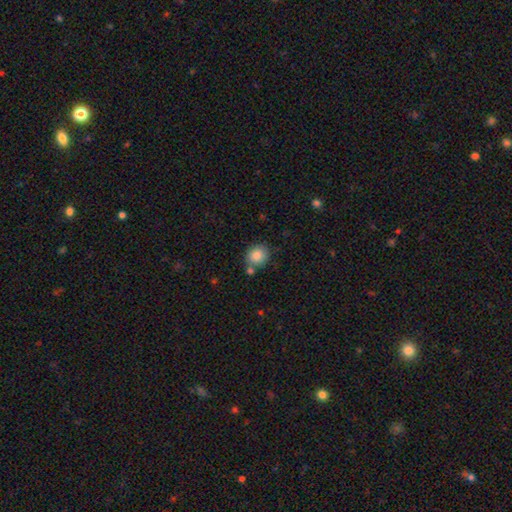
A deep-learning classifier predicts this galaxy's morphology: Q: Smooth or featured?
A: smooth (85%); runner-up: star or artifact (9%)
Q: How rounded?
A: round (83%); runner-up: in between (16%)
Q: Merging?
A: none (70%); runner-up: merger (15%)